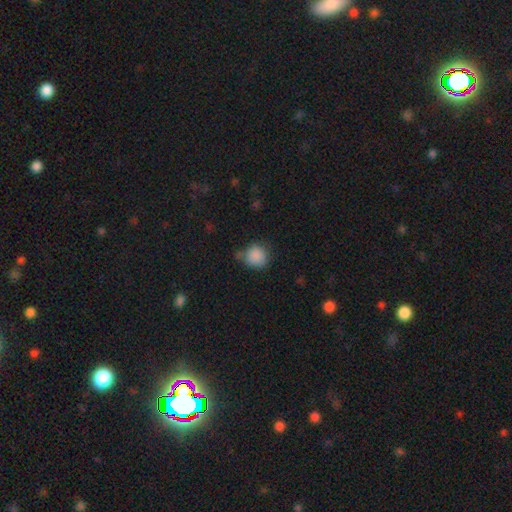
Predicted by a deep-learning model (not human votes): Overall: smooth (86%). How rounded: round (85%). Merging: none (59%; minor disturbance 26%).